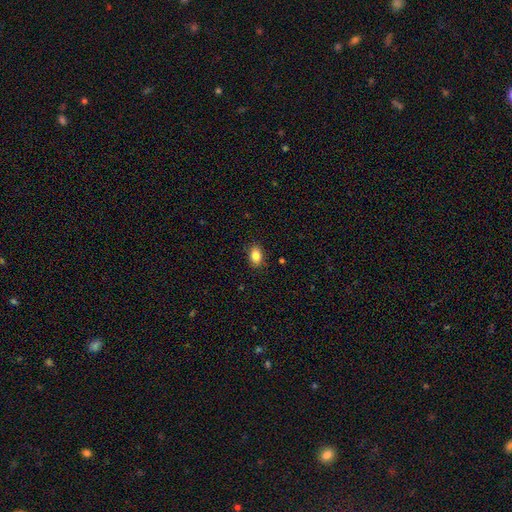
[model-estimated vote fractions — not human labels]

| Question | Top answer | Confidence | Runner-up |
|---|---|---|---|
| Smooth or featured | smooth | 85% | star or artifact (9%) |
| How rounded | in between | 83% | round (16%) |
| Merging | none | 88% | minor disturbance (9%) |